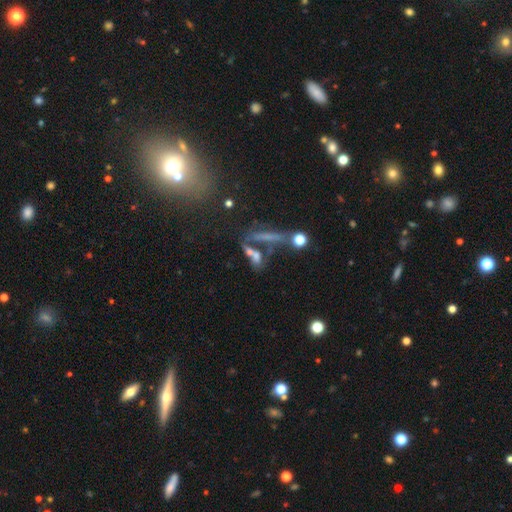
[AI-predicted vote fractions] The model was most divided on "merging": merger: 40%, none: 35%, major disturbance: 12%, minor disturbance: 12%. Remaining: smooth or featured — smooth (50%).